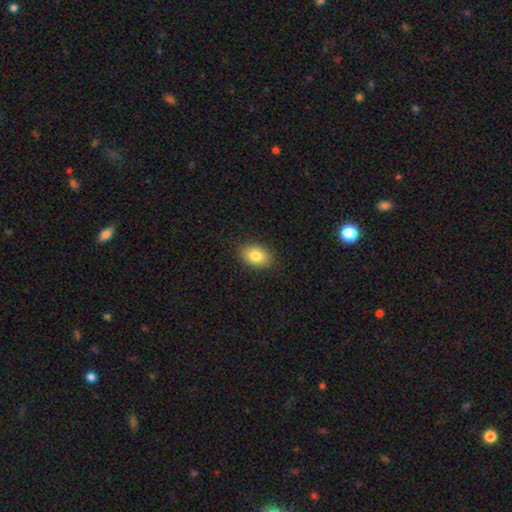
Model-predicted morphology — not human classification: smooth-or-featured: smooth: 82% | featured or disk: 10% | star or artifact: 8%
  how-rounded: in between: 84% | round: 15% | cigar-shaped: 1%
  merging: none: 88% | minor disturbance: 9% | major disturbance: 2% | merger: 1%